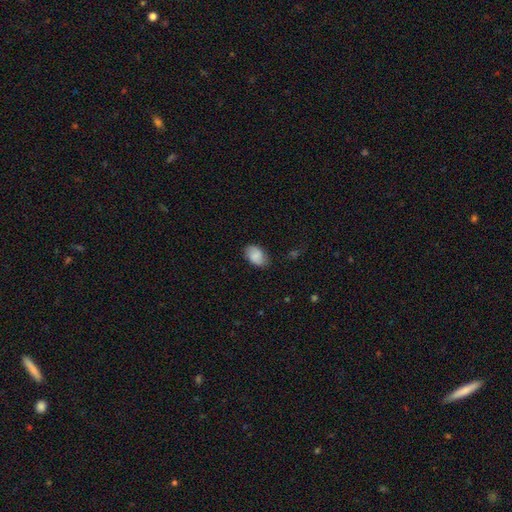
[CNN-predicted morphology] This is clearly a smooth galaxy (81%). How rounded: clearly in between (88%). Merging: likely none (79%).